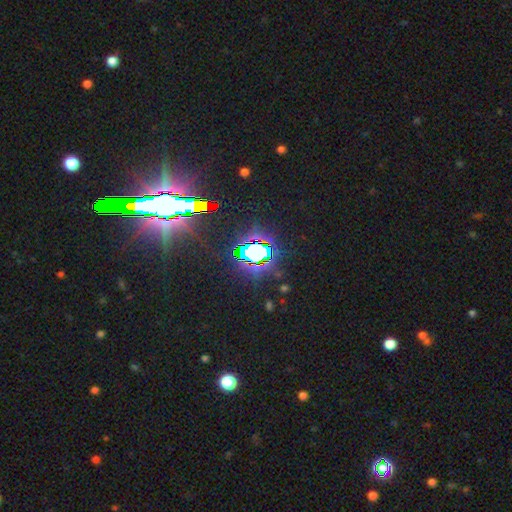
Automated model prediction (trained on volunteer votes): Morphology: type=star or artifact (76%).